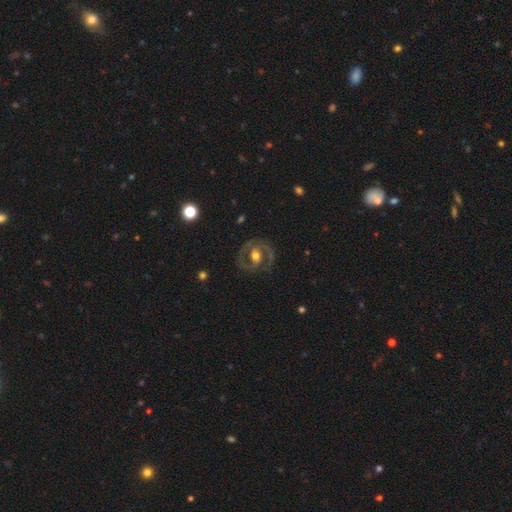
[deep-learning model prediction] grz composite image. It shows a featured or disk galaxy (79%) with no bar (40%), 2 (83%) medium (48%) spiral arms (78%) and a moderate central bulge (68%). Merging: none (76%).